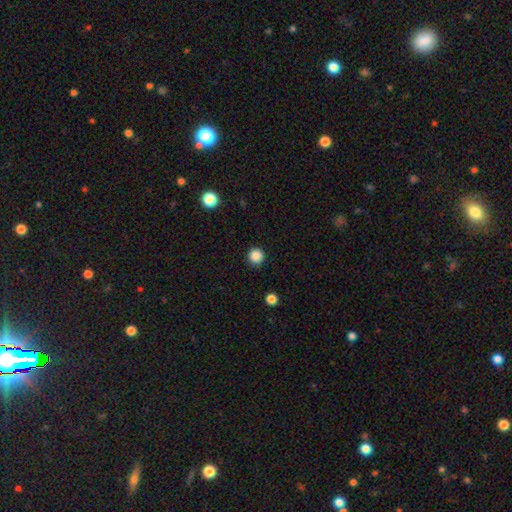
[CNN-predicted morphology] Overall: smooth (86%). How rounded: round (96%). Merging: none (91%).